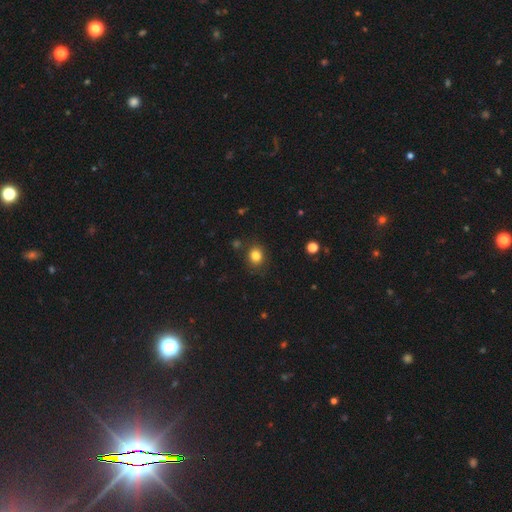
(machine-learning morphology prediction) Smooth or featured?
  - smooth: 83% *
  - star or artifact: 12%
  - featured or disk: 5%
How rounded?
  - round: 67% *
  - in between: 32%
  - cigar-shaped: 1%
Merging?
  - none: 85% *
  - minor disturbance: 10%
  - major disturbance: 3%
  - merger: 2%